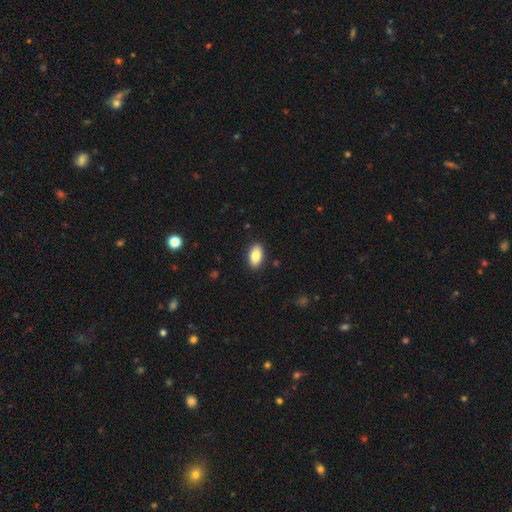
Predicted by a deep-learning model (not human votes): The model was most divided on "smooth or featured": smooth: 84%, featured or disk: 9%, star or artifact: 7%. More confident: how rounded — in between (93%); merging — none (89%).